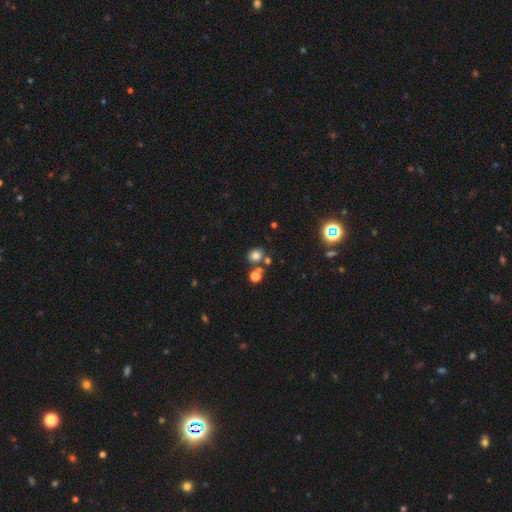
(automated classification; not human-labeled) Smooth or featured? Predicted: smooth (p=0.75). How rounded? Predicted: round (p=0.73). Merging? Predicted: none (p=0.68).